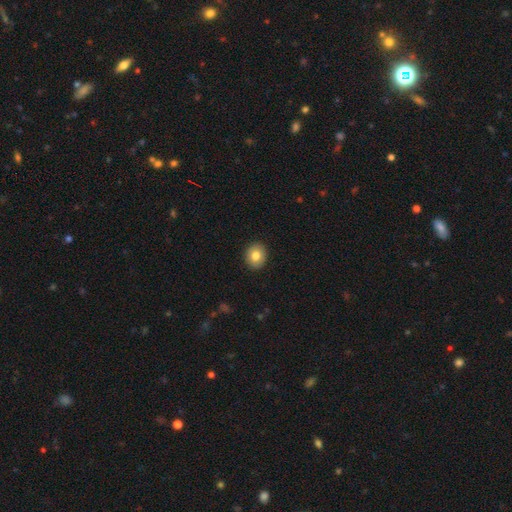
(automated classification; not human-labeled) This appears to be a smooth galaxy with no disk features (80%) that is round (69%). Merging: none (91%).